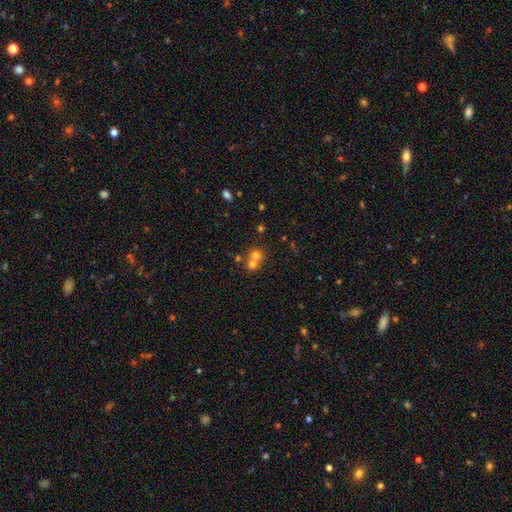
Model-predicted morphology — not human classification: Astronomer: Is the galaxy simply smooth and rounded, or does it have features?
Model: smooth — 67%.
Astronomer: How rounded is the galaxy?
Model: round — 85%.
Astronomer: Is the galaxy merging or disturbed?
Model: merger — 55% (runner-up: none, 38%).